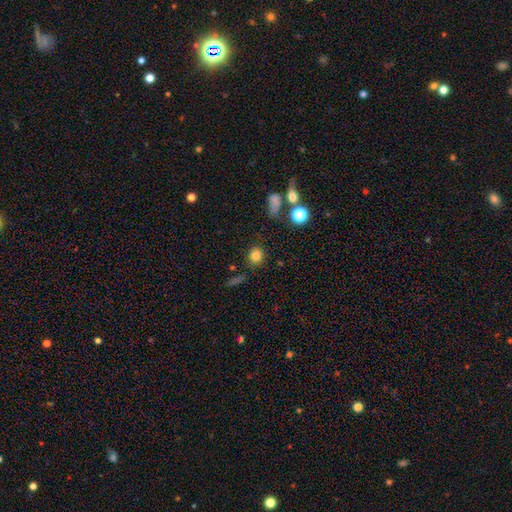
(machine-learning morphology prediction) This appears to be a smooth galaxy with no disk features (82%) that is round (77%). Merging: none (80%).